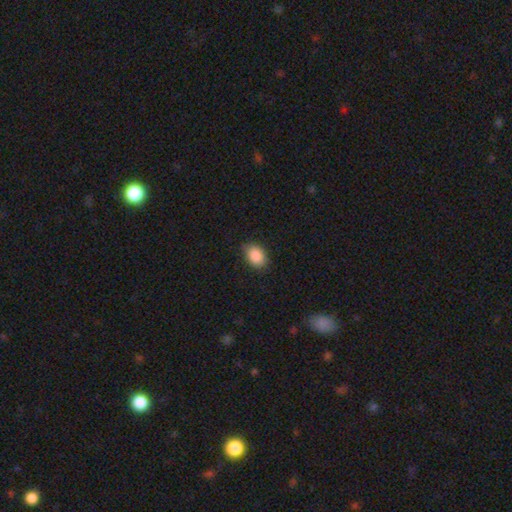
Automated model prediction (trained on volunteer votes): Smooth or featured?
  - smooth: 88% *
  - star or artifact: 7%
  - featured or disk: 5%
How rounded?
  - in between: 77% *
  - round: 22%
  - cigar-shaped: 1%
Merging?
  - none: 79% *
  - minor disturbance: 17%
  - major disturbance: 3%
  - merger: 1%